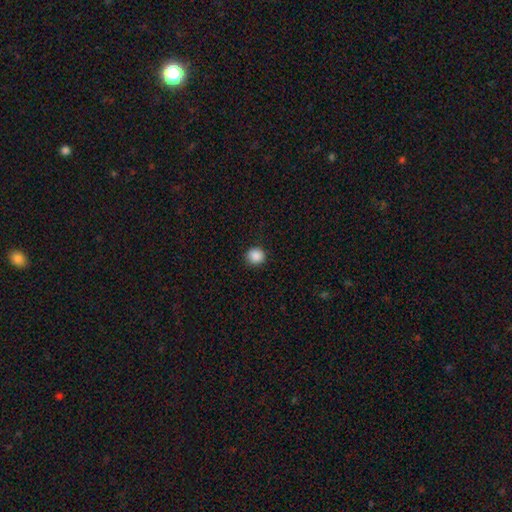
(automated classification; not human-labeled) Smooth or featured? Predicted: smooth (p=0.88). How rounded? Predicted: round (p=0.92). Merging? Predicted: none (p=0.92).